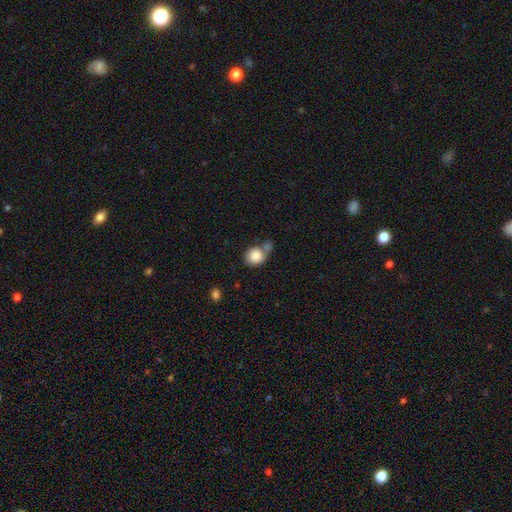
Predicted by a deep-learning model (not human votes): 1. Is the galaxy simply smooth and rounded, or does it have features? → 85% smooth, 8% star or artifact, 7% featured or disk.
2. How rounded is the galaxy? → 67% round, 32% in between, 1% cigar-shaped.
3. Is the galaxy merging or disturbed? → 40% none, 33% merger, 18% minor disturbance, 9% major disturbance.